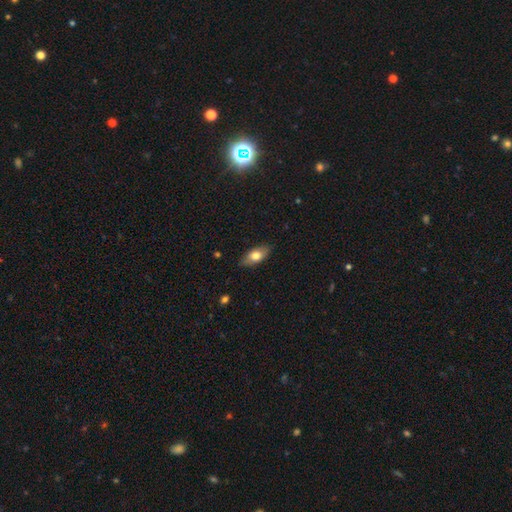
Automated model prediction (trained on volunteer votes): This is likely a smooth galaxy (72%). How rounded: clearly in between (87%). Merging: clearly none (85%).